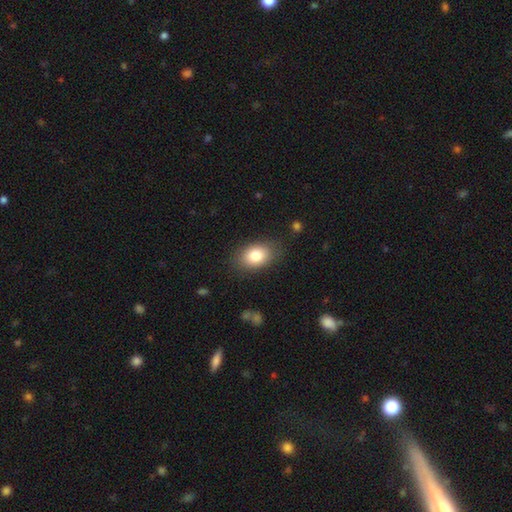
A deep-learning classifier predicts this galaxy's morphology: The model was most divided on "how rounded": in between: 81%, round: 18%, cigar-shaped: 1%. More confident: merging — none (82%); smooth or featured — smooth (81%).